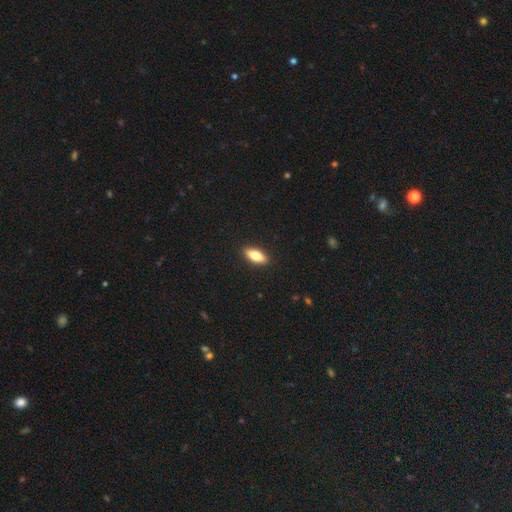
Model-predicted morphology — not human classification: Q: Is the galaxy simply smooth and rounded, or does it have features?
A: smooth — 73%.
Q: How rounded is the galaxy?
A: in between — 73%.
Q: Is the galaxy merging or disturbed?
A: none — 90%.